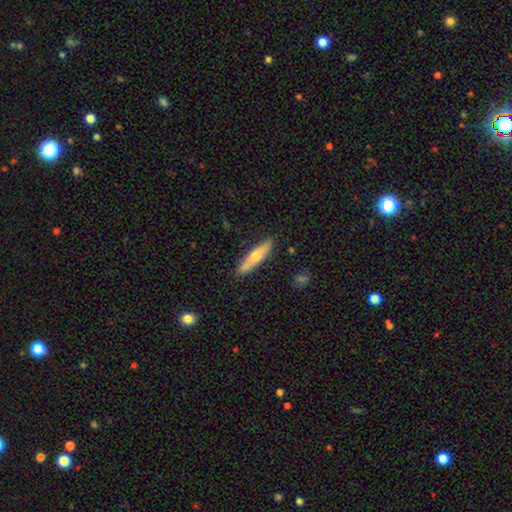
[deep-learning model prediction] Overall: smooth (56%; featured or disk 38%). How rounded: cigar-shaped (79%). Merging: none (87%).